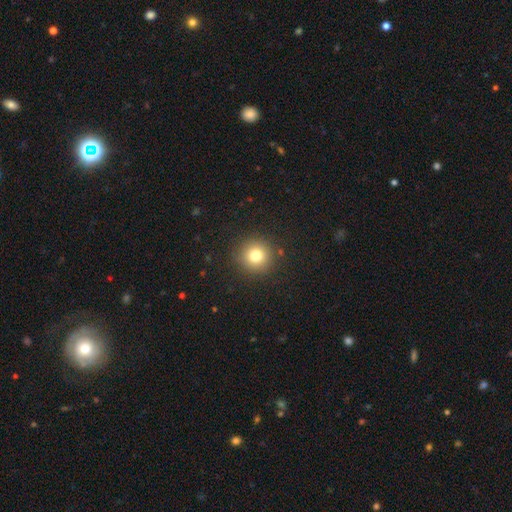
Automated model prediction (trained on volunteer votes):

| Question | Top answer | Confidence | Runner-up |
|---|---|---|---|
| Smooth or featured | smooth | 77% | star or artifact (14%) |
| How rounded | round | 94% | in between (5%) |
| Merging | none | 90% | minor disturbance (6%) |